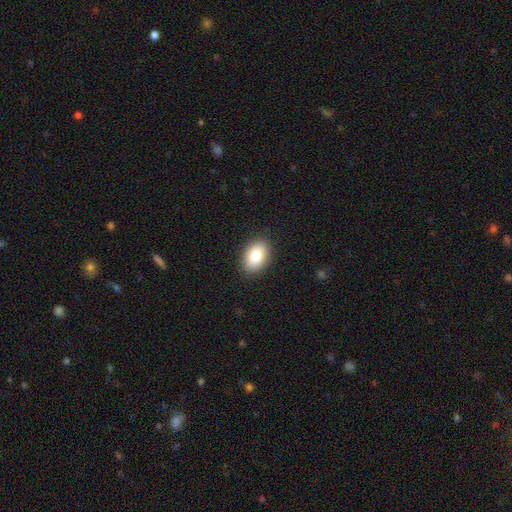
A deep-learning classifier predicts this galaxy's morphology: smooth_or_featured: smooth (p=0.83) [alt: featured or disk p=0.09]
how_rounded: in between (p=0.87) [alt: round p=0.12]
merging: none (p=0.89) [alt: minor disturbance p=0.08]